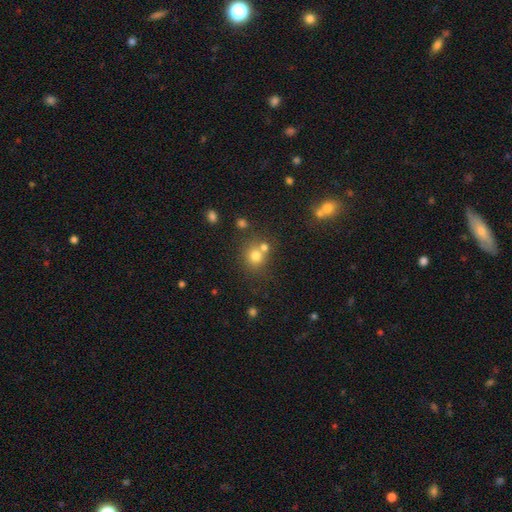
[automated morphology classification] A smooth galaxy with no disk features (74%) that is round (84%).

Vote fractions:
- Smooth or featured? smooth: 74% / star or artifact: 15% / featured or disk: 11%
- How rounded? round: 84% / in between: 15% / cigar-shaped: 1%
- Merging? none: 53% / merger: 34% / minor disturbance: 9% / major disturbance: 4%